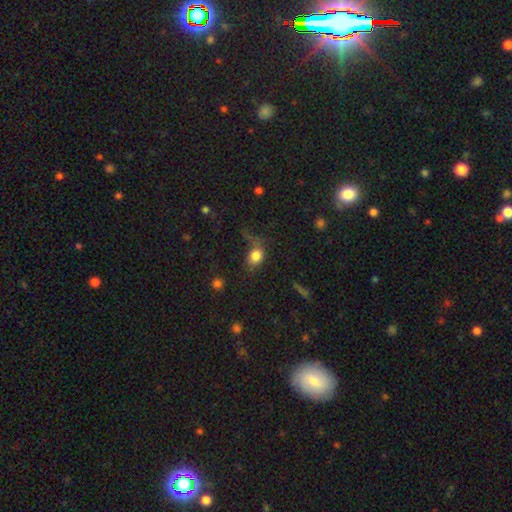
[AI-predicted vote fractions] Smooth or featured? Predicted: smooth (p=0.80). How rounded? Predicted: in between (p=0.57). Merging? Predicted: none (p=0.47).